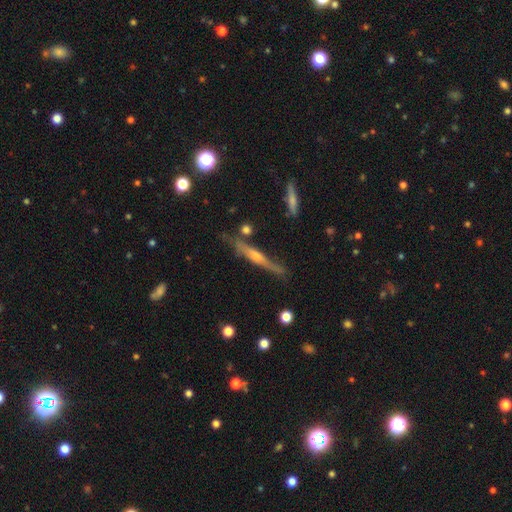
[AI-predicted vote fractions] Morphology: type=featured or disk (70%); edge-on=yes (94%); edge-on bulge=rounded (73%); merging=none (73%).